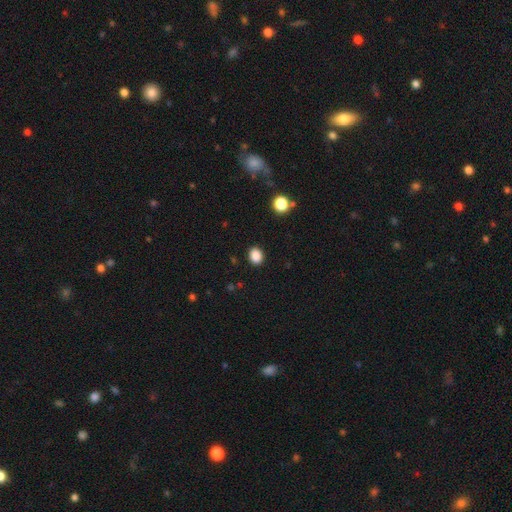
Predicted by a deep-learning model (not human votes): This appears to be a smooth galaxy with no disk features (87%) that is in between round and cigar-shaped (51%). Merging: none (89%).